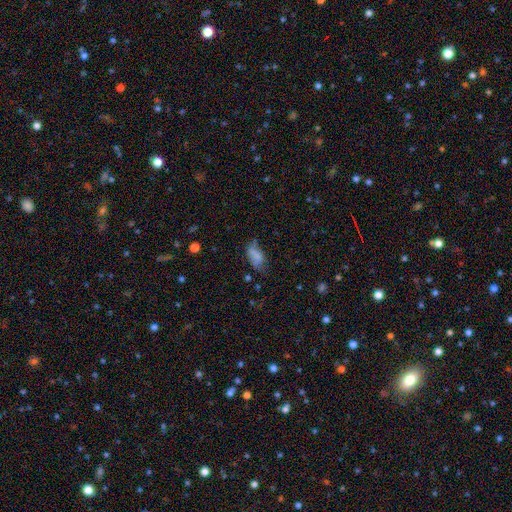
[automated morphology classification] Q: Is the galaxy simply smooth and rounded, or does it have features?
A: smooth — 68%.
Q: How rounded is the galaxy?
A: in between — 86%.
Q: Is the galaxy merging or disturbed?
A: none — 40%.